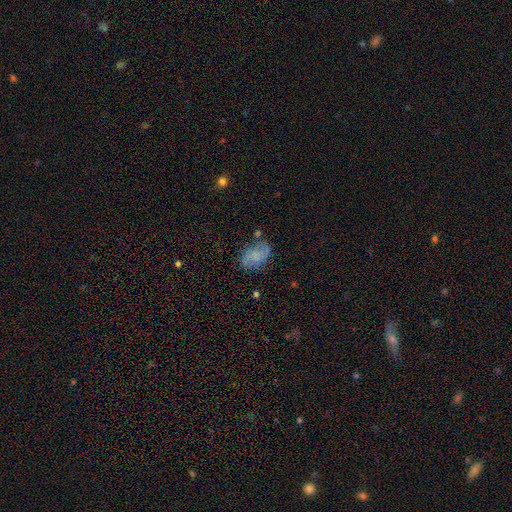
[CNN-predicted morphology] smooth-or-featured: smooth: 57% | featured or disk: 31% | star or artifact: 11%
  how-rounded: in between: 86% | round: 13% | cigar-shaped: 2%
  merging: none: 60% | minor disturbance: 24% | major disturbance: 11% | merger: 5%